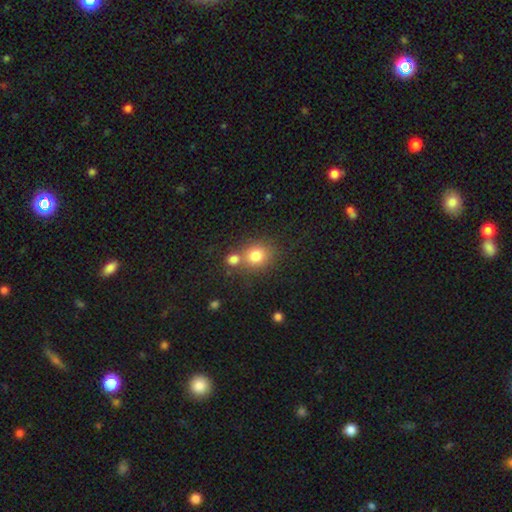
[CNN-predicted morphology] Smooth or featured?
  - smooth: 79% *
  - star or artifact: 12%
  - featured or disk: 9%
How rounded?
  - round: 78% *
  - in between: 21%
  - cigar-shaped: 1%
Merging?
  - none: 56% *
  - merger: 31%
  - minor disturbance: 9%
  - major disturbance: 4%